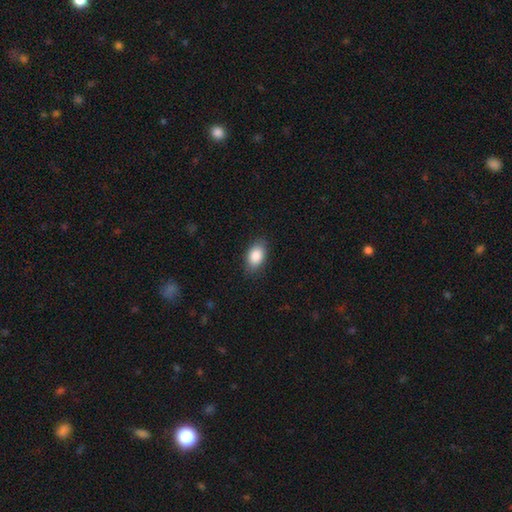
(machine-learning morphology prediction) smooth_or_featured: smooth (p=0.88) [alt: star or artifact p=0.07]
how_rounded: in between (p=0.90) [alt: round p=0.08]
merging: none (p=0.85) [alt: minor disturbance p=0.11]